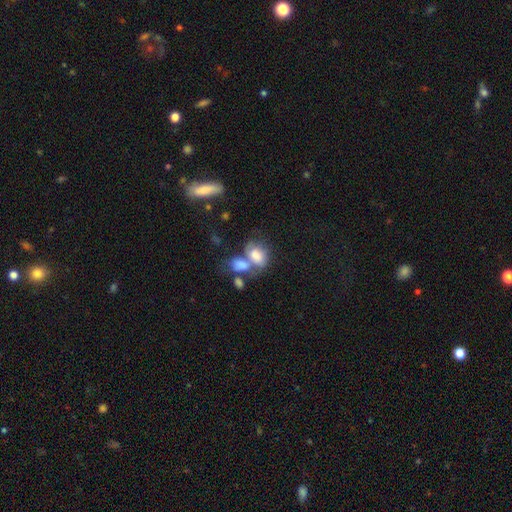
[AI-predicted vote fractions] Overall: smooth (70%). How rounded: in between (77%). Merging: merger (55%; none 22%).